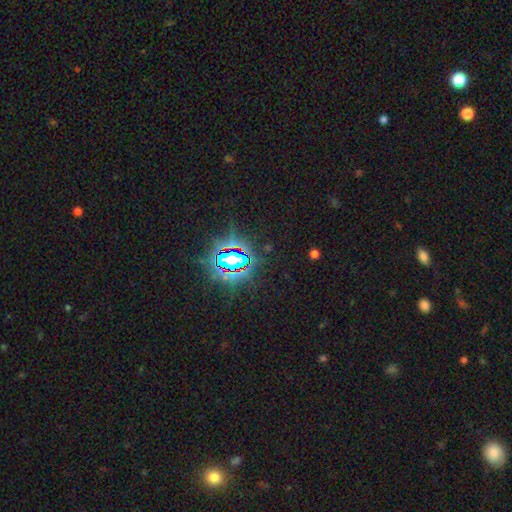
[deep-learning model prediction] This appears to be a star or artifact, not a galaxy (81%).